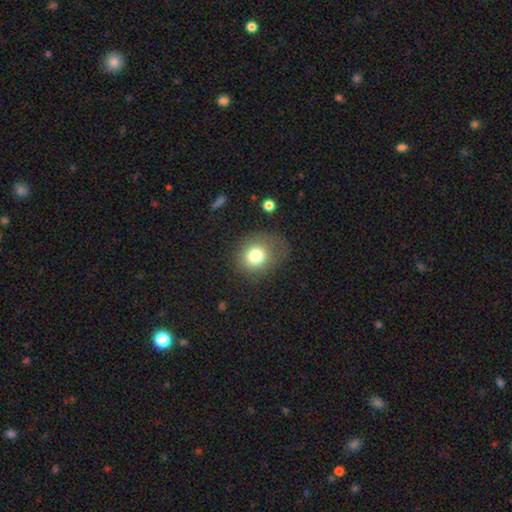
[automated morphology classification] smooth-or-featured: smooth: 76% | featured or disk: 12% | star or artifact: 11%
  how-rounded: round: 72% | in between: 27% | cigar-shaped: 1%
  merging: none: 63% | minor disturbance: 21% | major disturbance: 14% | merger: 2%